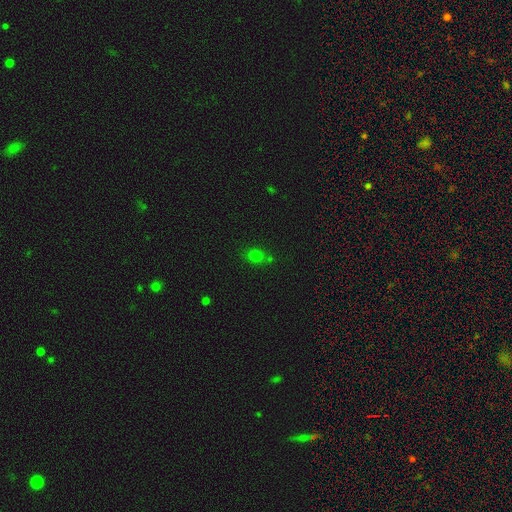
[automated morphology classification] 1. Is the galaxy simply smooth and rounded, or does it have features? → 71% smooth, 22% star or artifact, 7% featured or disk.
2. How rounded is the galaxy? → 61% round, 37% in between, 2% cigar-shaped.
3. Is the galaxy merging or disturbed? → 70% none, 14% minor disturbance, 12% merger, 4% major disturbance.